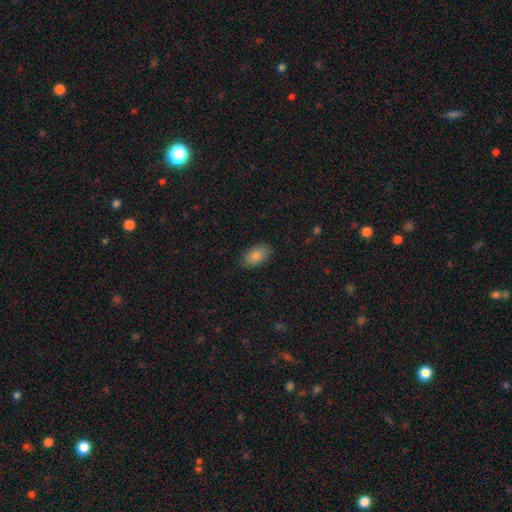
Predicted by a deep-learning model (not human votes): A smooth galaxy with no disk features (84%) that is in between round and cigar-shaped (93%).

Vote fractions:
- Smooth or featured? smooth: 84% / featured or disk: 9% / star or artifact: 7%
- How rounded? in between: 93% / round: 5% / cigar-shaped: 2%
- Merging? none: 81% / minor disturbance: 14% / major disturbance: 3% / merger: 1%